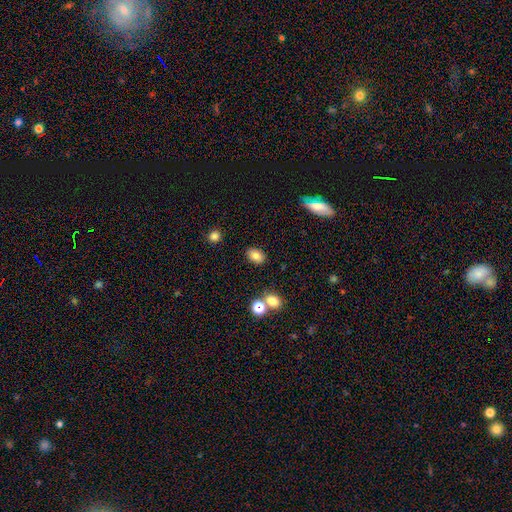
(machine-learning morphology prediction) This is clearly a smooth galaxy (80%). How rounded: likely in between (77%). Merging: clearly none (85%).